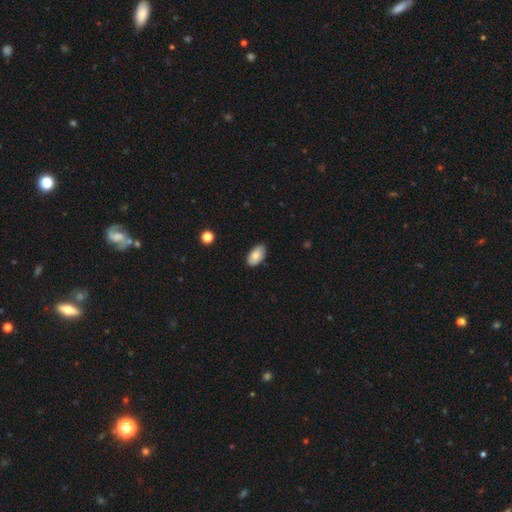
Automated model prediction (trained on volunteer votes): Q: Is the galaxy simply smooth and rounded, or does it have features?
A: smooth — 78%.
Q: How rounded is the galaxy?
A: in between — 94%.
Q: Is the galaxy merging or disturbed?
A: none — 83%.